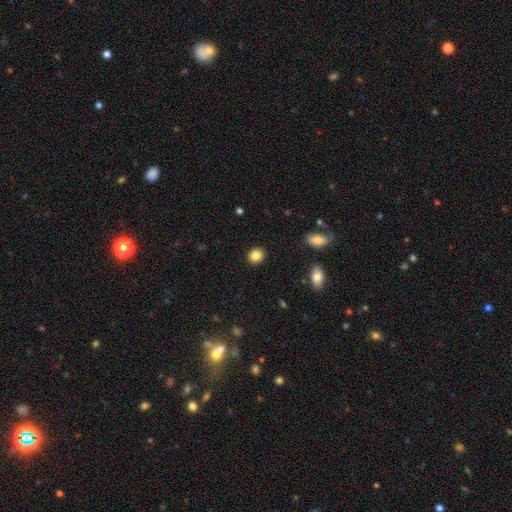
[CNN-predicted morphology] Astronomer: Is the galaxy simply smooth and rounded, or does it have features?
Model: smooth — 85%.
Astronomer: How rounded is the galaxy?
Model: round — 74%.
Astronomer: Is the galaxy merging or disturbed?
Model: none — 91%.